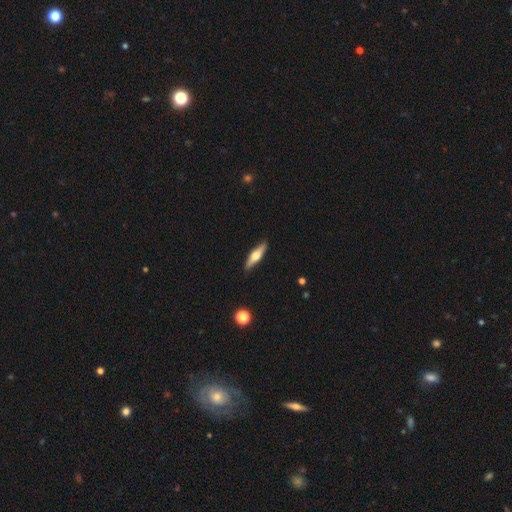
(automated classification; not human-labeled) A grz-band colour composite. It shows a featured or disk galaxy (54%) viewed edge-on (94%) with a rounded central bulge (93%). Merging: none (89%).